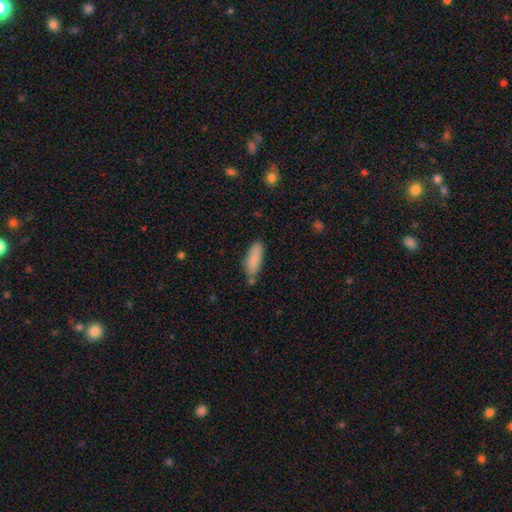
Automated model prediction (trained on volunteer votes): Smooth or featured? smooth (86%)
How rounded? in between (57%)
Merging? none (63%)